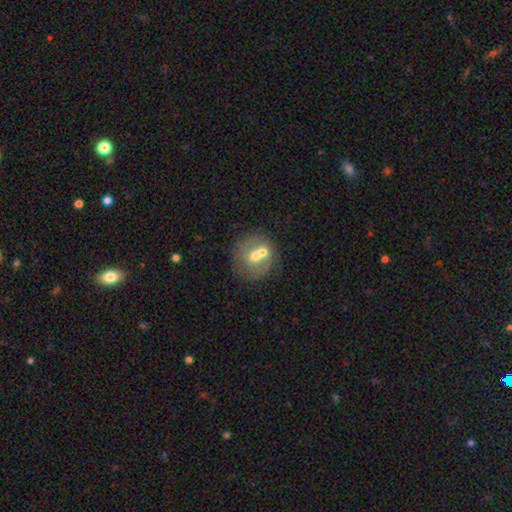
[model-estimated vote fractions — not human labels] Smooth or featured? smooth (49%)
Merging? none (43%)